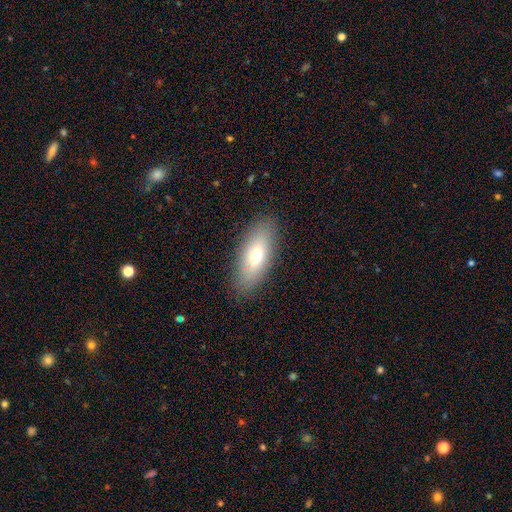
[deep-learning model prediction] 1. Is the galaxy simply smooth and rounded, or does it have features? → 68% smooth, 24% featured or disk, 8% star or artifact.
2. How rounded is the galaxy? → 79% in between, 18% cigar-shaped, 3% round.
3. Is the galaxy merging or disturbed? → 87% none, 9% minor disturbance, 3% major disturbance, 1% merger.